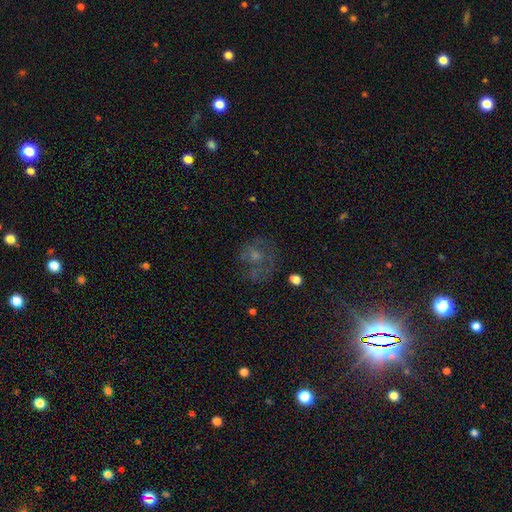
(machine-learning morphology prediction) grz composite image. It shows a featured or disk galaxy (43%). Merging: none (52%).